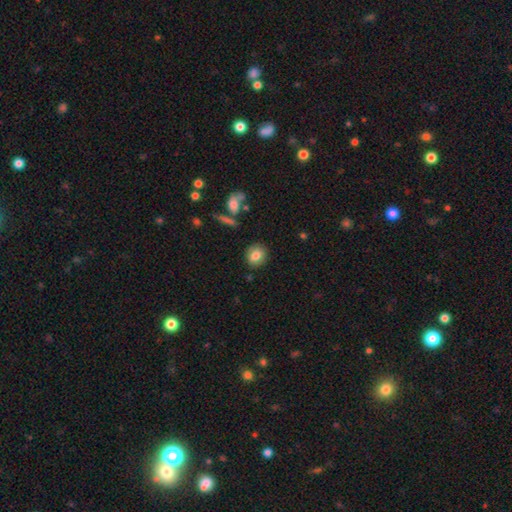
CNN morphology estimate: smooth_or_featured: smooth (p=0.81) [alt: featured or disk p=0.10]
how_rounded: round (p=0.70) [alt: in between p=0.29]
merging: none (p=0.86) [alt: minor disturbance p=0.09]